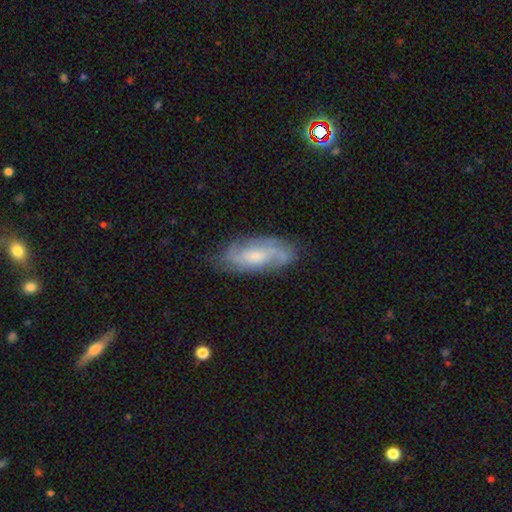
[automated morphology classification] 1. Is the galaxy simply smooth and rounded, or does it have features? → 71% featured or disk, 22% smooth, 6% star or artifact.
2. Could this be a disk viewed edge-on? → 91% no, 9% yes.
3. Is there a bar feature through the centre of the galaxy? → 58% no, 35% weak, 7% strong.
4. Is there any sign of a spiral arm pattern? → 93% yes, 7% no.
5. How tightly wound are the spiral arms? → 43% medium, 40% tight, 17% loose.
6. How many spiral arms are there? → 40% 2, 29% can't tell, 19% 3, 5% 4, 4% 1, 3% more than 4.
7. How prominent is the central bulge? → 52% small, 37% moderate, 7% none, 3% large, 1% dominant.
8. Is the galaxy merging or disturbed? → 73% none, 19% minor disturbance, 6% major disturbance, 1% merger.